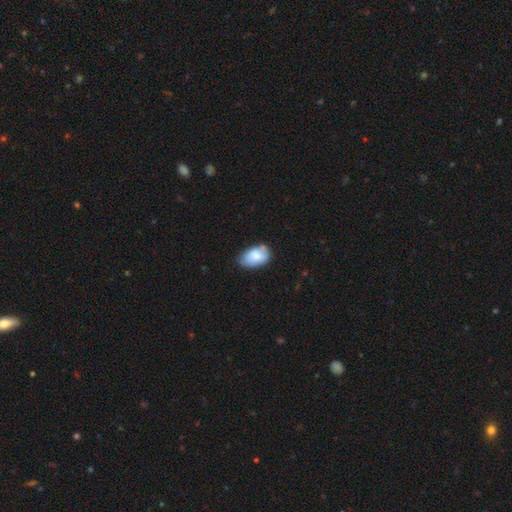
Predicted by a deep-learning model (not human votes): smooth_or_featured: smooth (p=0.78) [alt: featured or disk p=0.15]
how_rounded: in between (p=0.91) [alt: round p=0.07]
merging: none (p=0.55) [alt: minor disturbance p=0.34]